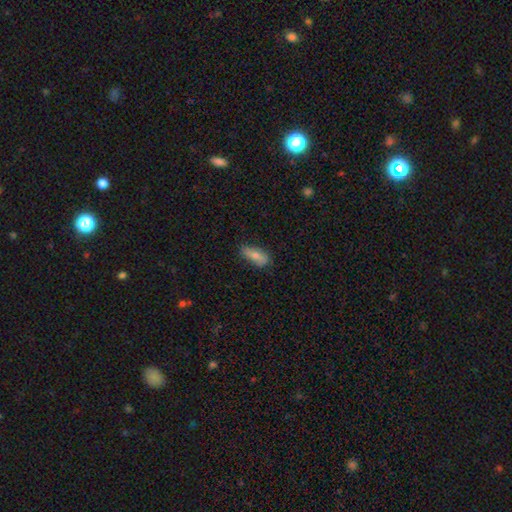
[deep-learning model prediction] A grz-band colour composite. It shows a smooth galaxy with no disk features (71%) that is in between round and cigar-shaped (76%). Merging: none (70%).